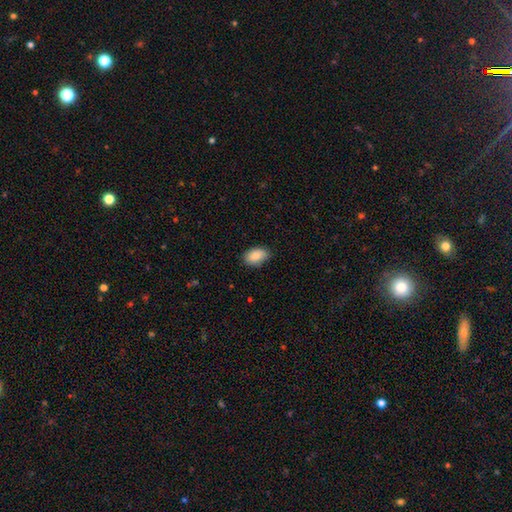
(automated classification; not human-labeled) Smooth or featured? smooth (88%)
How rounded? in between (91%)
Merging? none (81%)